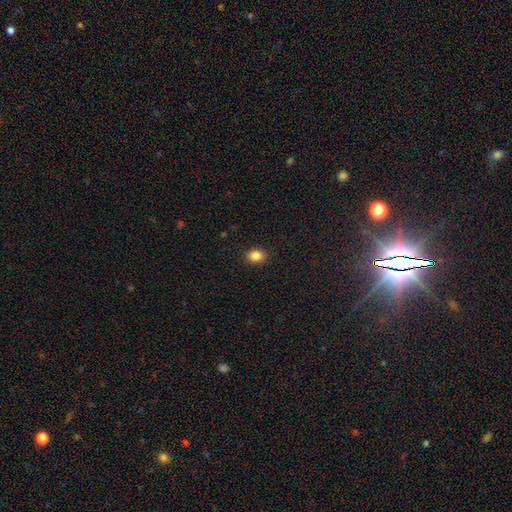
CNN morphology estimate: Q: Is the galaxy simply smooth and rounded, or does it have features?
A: smooth — 85%.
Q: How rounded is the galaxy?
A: round — 55%.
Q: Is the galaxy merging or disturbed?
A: none — 90%.